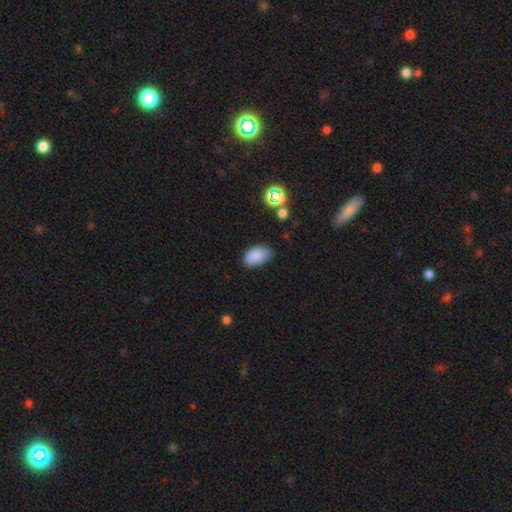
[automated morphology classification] Smooth or featured: smooth — 85% (star or artifact — 10%)
How rounded: in between — 92% (round — 7%)
Merging: none — 75% (minor disturbance — 20%)